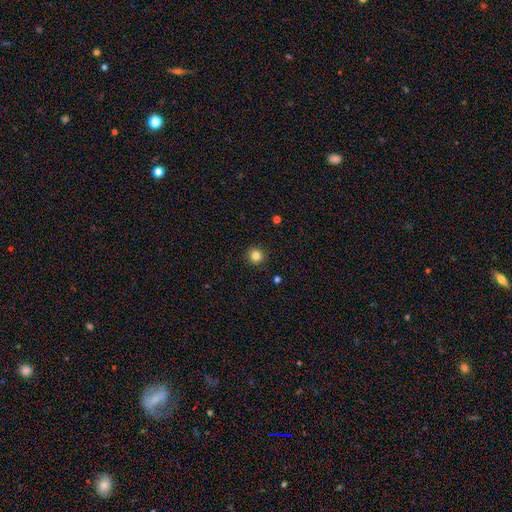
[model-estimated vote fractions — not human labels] smooth 83%, star or artifact 11%, featured or disk 6%. Down the decision tree: how rounded — round (95%); merging — none (93%).